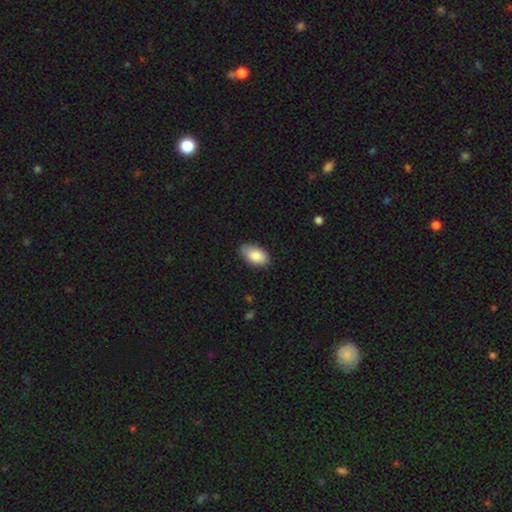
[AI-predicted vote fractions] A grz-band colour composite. It shows a smooth galaxy with no disk features (85%) that is in between round and cigar-shaped (94%). Merging: none (79%).